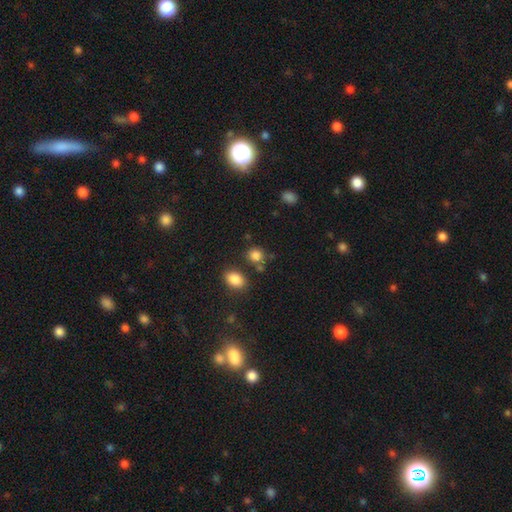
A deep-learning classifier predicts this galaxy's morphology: smooth_or_featured: smooth (p=0.84) [alt: star or artifact p=0.12]
how_rounded: round (p=0.75) [alt: in between p=0.24]
merging: none (p=0.70) [alt: merger p=0.14]